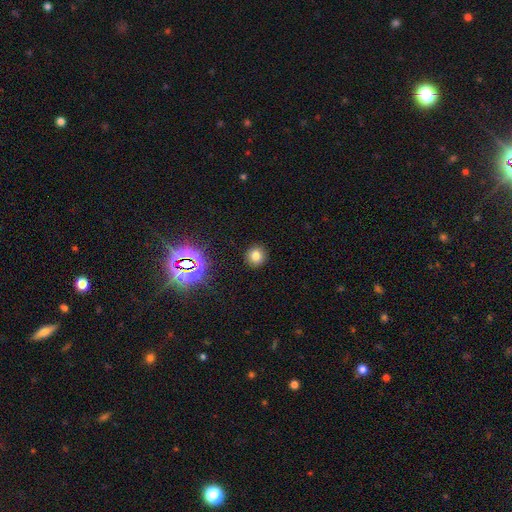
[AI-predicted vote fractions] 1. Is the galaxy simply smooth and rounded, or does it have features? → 74% smooth, 19% star or artifact, 7% featured or disk.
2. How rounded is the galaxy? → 89% round, 10% in between, 1% cigar-shaped.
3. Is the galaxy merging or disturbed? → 91% none, 6% minor disturbance, 2% major disturbance, 1% merger.